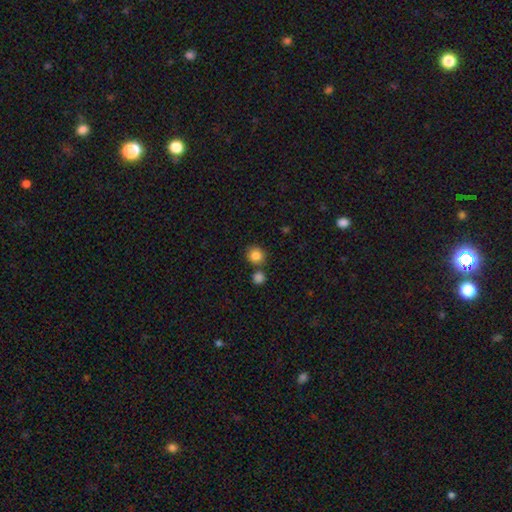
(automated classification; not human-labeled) smooth 85%, star or artifact 10%, featured or disk 5%. Down the decision tree: how rounded — round (90%); merging — none (74%).